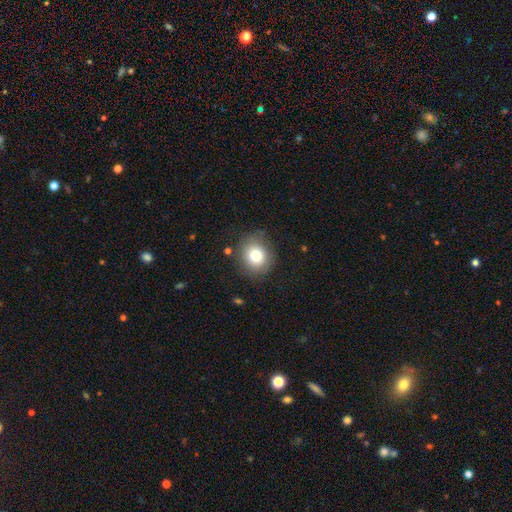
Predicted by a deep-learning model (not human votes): smooth_or_featured: smooth (p=0.76) [alt: featured or disk p=0.12]
how_rounded: round (p=0.82) [alt: in between p=0.17]
merging: none (p=0.84) [alt: minor disturbance p=0.11]